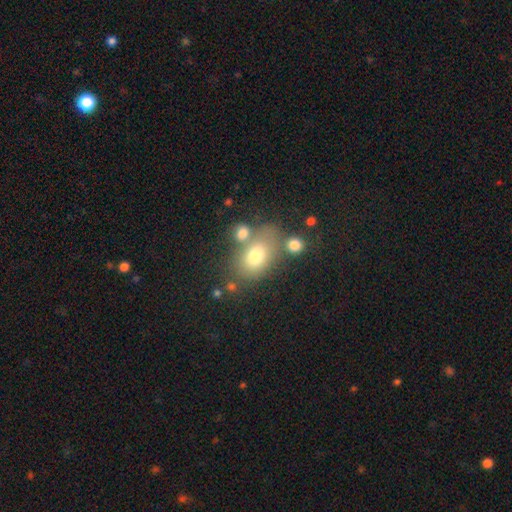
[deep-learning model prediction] Q: Smooth or featured?
A: smooth (72%); runner-up: featured or disk (17%)
Q: How rounded?
A: in between (80%); runner-up: round (18%)
Q: Merging?
A: none (54%); runner-up: merger (22%)